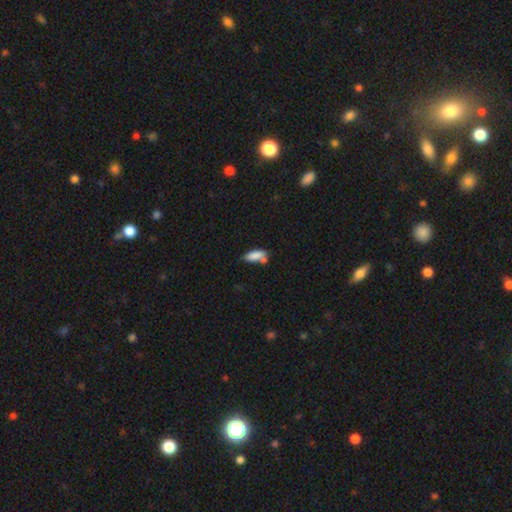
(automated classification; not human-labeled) Smooth or featured? smooth (83%)
How rounded? in between (75%)
Merging? none (46%)